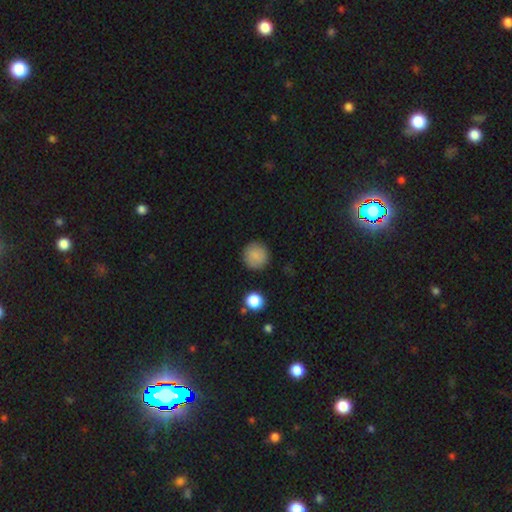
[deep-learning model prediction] smooth 86%, star or artifact 10%, featured or disk 5%. Down the decision tree: how rounded — round (94%); merging — none (90%).